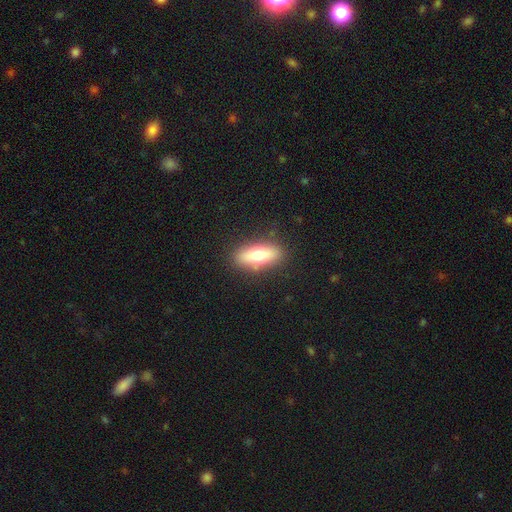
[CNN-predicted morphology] Smooth or featured: smooth — 63% (featured or disk — 30%)
How rounded: in between — 59% (cigar-shaped — 38%)
Merging: none — 87% (minor disturbance — 9%)